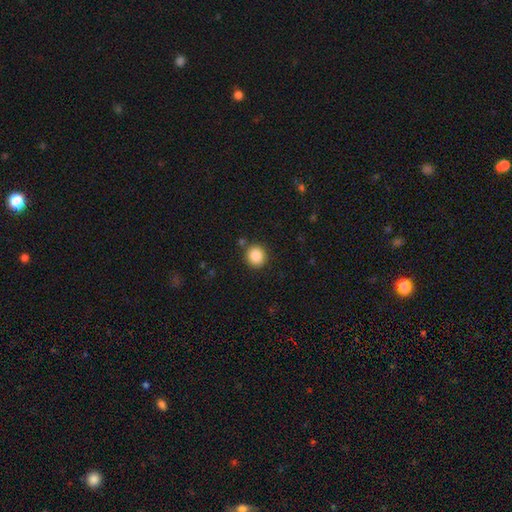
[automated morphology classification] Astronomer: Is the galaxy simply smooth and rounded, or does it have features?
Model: smooth — 87%.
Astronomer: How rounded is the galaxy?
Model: round — 87%.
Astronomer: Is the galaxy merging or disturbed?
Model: none — 87%.